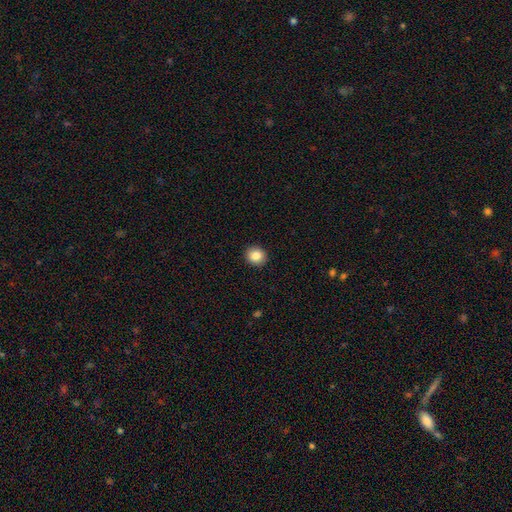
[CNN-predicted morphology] Smooth or featured?
  - smooth: 86% *
  - star or artifact: 9%
  - featured or disk: 5%
How rounded?
  - round: 84% *
  - in between: 15%
  - cigar-shaped: 1%
Merging?
  - none: 92% *
  - minor disturbance: 5%
  - major disturbance: 2%
  - merger: 1%